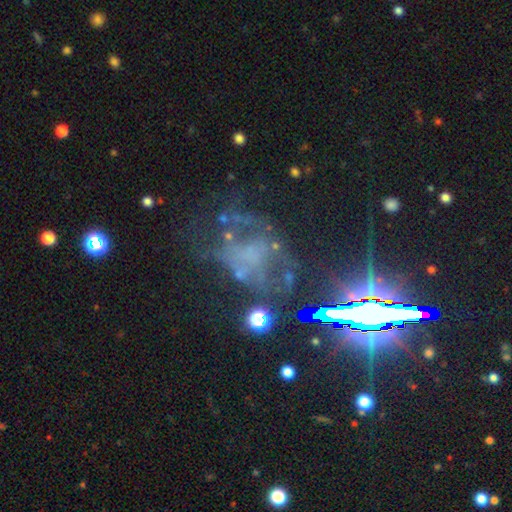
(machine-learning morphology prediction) smooth-or-featured: star or artifact: 45% | featured or disk: 40% | smooth: 15%